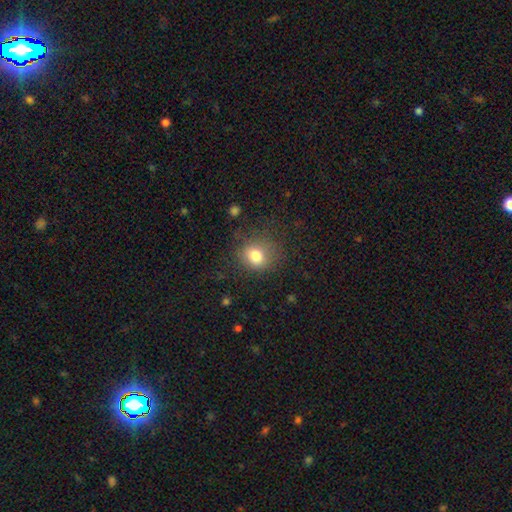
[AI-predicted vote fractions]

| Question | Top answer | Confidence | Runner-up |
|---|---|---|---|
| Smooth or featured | smooth | 80% | star or artifact (12%) |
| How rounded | round | 71% | in between (28%) |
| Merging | none | 72% | minor disturbance (17%) |